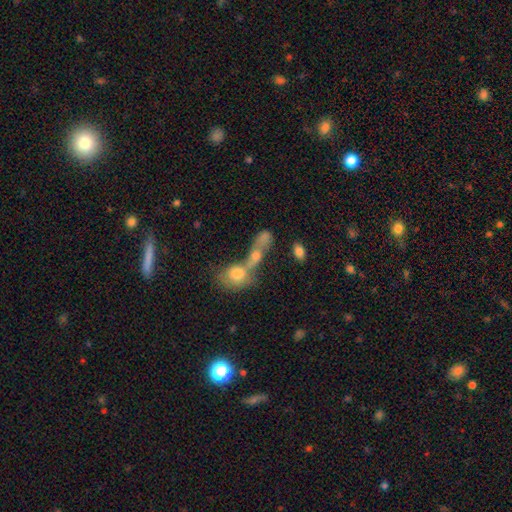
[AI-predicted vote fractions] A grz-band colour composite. It shows a smooth galaxy with no disk features (67%) that is in between round and cigar-shaped (63%). Merging: merger (72%).